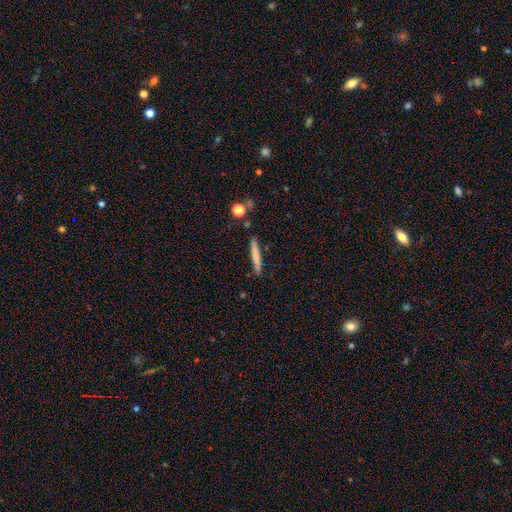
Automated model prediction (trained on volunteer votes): This appears to be a smooth galaxy with no disk features (71%) that is cigar-shaped (94%). Merging: none (80%).